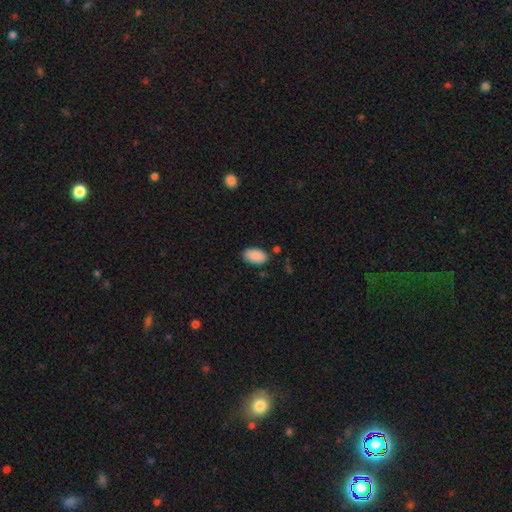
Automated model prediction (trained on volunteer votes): Q: Smooth or featured?
A: smooth (90%); runner-up: star or artifact (7%)
Q: How rounded?
A: in between (94%); runner-up: round (4%)
Q: Merging?
A: none (82%); runner-up: minor disturbance (13%)